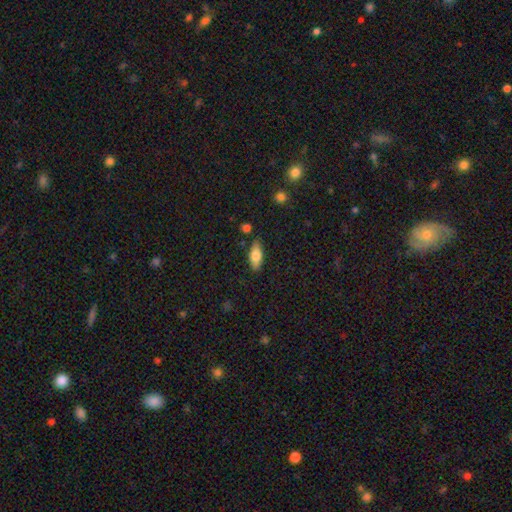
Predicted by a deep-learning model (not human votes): Smooth or featured?
  - smooth: 74% *
  - featured or disk: 19%
  - star or artifact: 7%
How rounded?
  - in between: 79% *
  - cigar-shaped: 18%
  - round: 3%
Merging?
  - none: 83% *
  - minor disturbance: 12%
  - merger: 3%
  - major disturbance: 2%